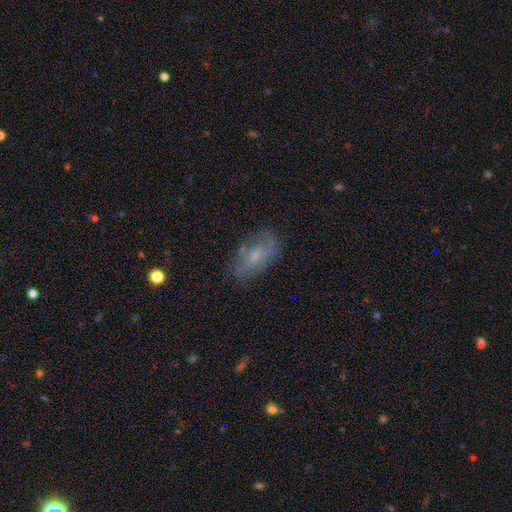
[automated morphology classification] Smooth or featured? Predicted: featured or disk (p=0.52). Edge-on disk? Predicted: no (p=0.94). Merging? Predicted: none (p=0.64).